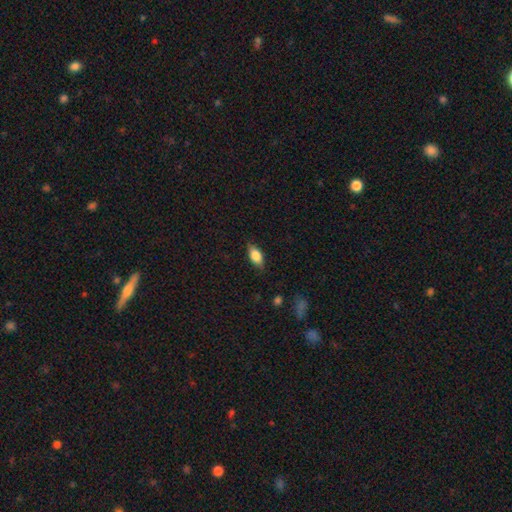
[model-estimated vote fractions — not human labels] Morphology: type=smooth (79%); roundness=in between (86%); merging=none (80%).